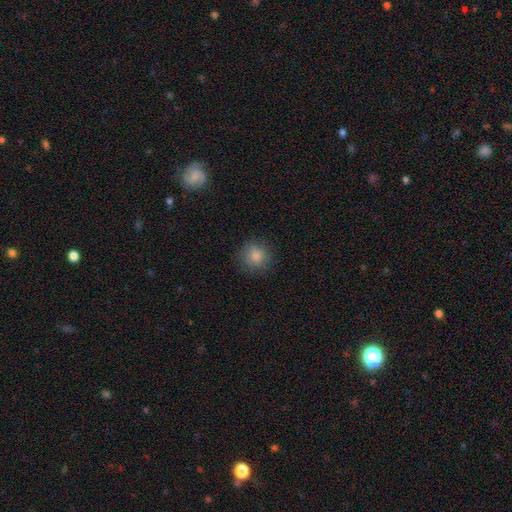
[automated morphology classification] A smooth galaxy with no disk features (85%) that is round (92%).

Vote fractions:
- Smooth or featured? smooth: 85% / star or artifact: 10% / featured or disk: 5%
- How rounded? round: 92% / in between: 7% / cigar-shaped: 1%
- Merging? none: 86% / minor disturbance: 10% / major disturbance: 3% / merger: 1%